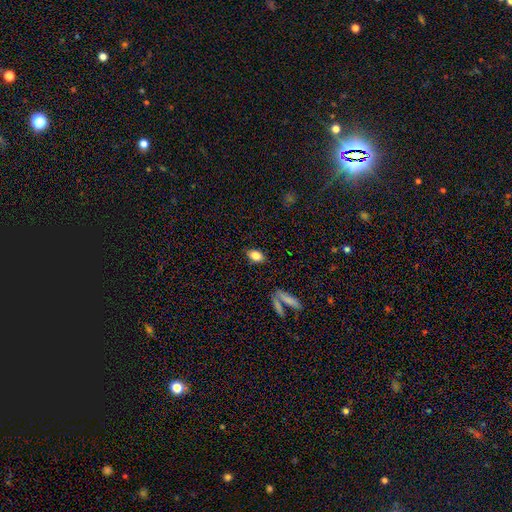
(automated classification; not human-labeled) A smooth galaxy with no disk features (81%) that is in between round and cigar-shaped (86%).

Vote fractions:
- Smooth or featured? smooth: 81% / featured or disk: 10% / star or artifact: 8%
- How rounded? in between: 86% / round: 11% / cigar-shaped: 4%
- Merging? none: 84% / minor disturbance: 11% / major disturbance: 3% / merger: 2%